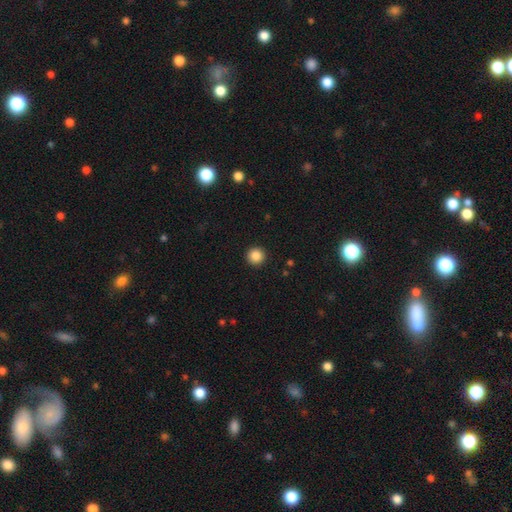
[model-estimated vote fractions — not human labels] smooth 87%, star or artifact 10%, featured or disk 4%. Down the decision tree: how rounded — round (96%); merging — none (93%).